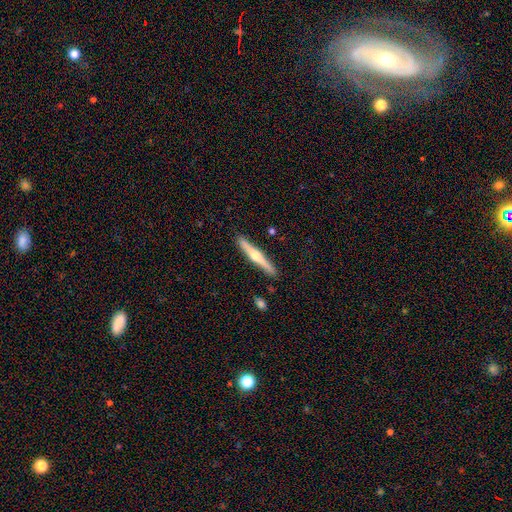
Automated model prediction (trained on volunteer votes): Overall: featured or disk (62%; smooth 33%). Edge-on disk: yes (97%). Edge-on bulge: rounded (90%). Merging: none (89%).